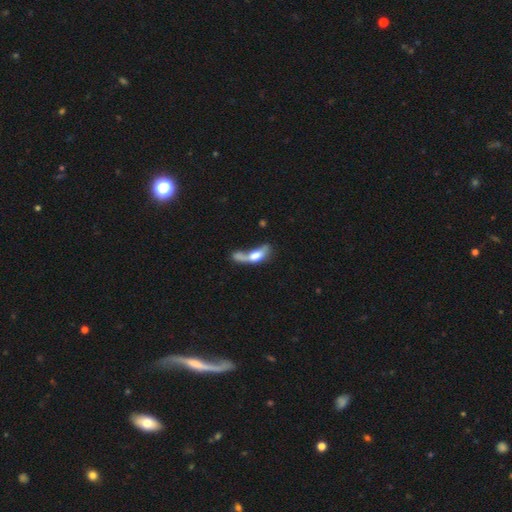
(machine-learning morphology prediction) Smooth or featured? Predicted: smooth (p=0.57). How rounded? Predicted: in between (p=0.62). Merging? Predicted: merger (p=0.50).